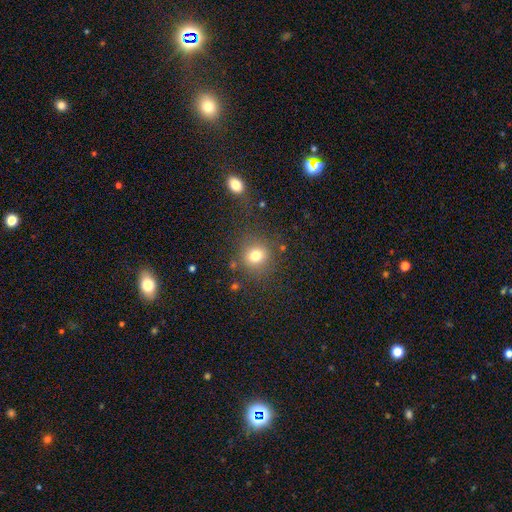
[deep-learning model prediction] This appears to be a smooth galaxy with no disk features (78%) that is round (85%). Merging: none (79%).